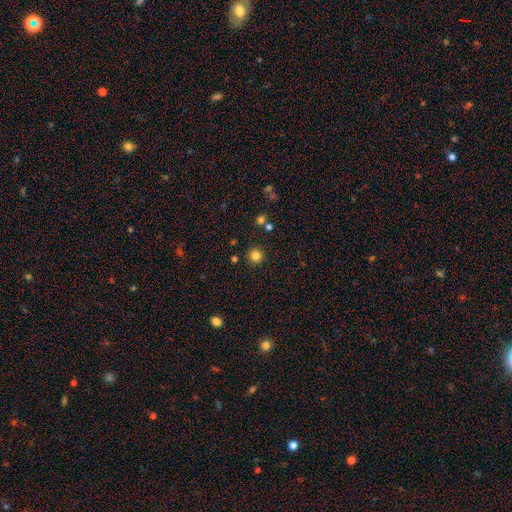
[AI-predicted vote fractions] Smooth or featured?
  - smooth: 82% *
  - star or artifact: 13%
  - featured or disk: 5%
How rounded?
  - round: 95% *
  - in between: 4%
  - cigar-shaped: 1%
Merging?
  - none: 90% *
  - minor disturbance: 5%
  - merger: 2%
  - major disturbance: 2%